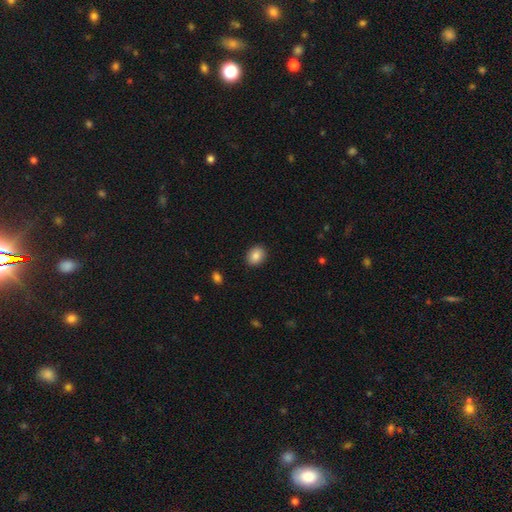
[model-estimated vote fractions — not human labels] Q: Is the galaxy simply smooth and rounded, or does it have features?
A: smooth — 87%.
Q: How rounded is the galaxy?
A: in between — 53%.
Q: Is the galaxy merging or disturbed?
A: none — 90%.